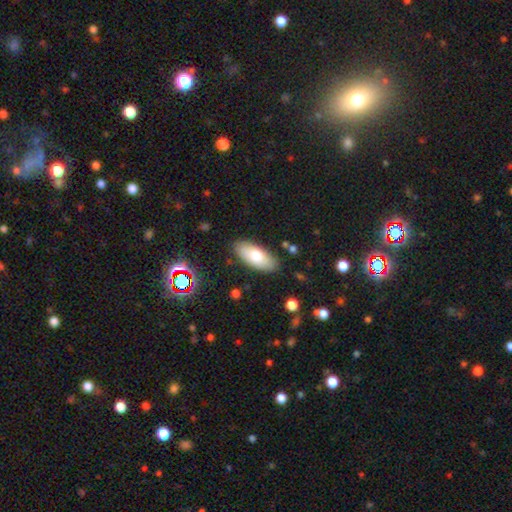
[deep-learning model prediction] smooth 77%, featured or disk 17%, star or artifact 6%. Down the decision tree: how rounded — in between (88%); merging — none (85%).